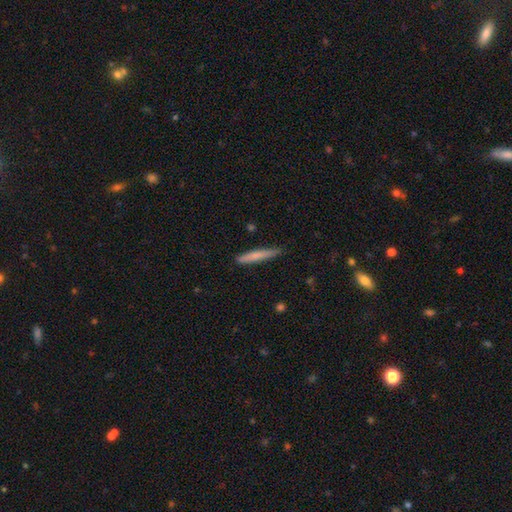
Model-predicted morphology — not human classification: A smooth galaxy with no disk features (73%) that is cigar-shaped (94%).

Vote fractions:
- Smooth or featured? smooth: 73% / featured or disk: 21% / star or artifact: 6%
- How rounded? cigar-shaped: 94% / in between: 4% / round: 1%
- Merging? none: 84% / minor disturbance: 13% / major disturbance: 2% / merger: 1%